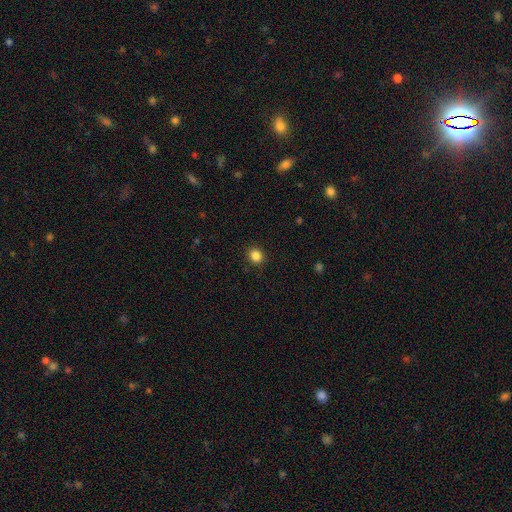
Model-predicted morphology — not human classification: Smooth or featured?
  - smooth: 85% *
  - star or artifact: 11%
  - featured or disk: 4%
How rounded?
  - round: 78% *
  - in between: 21%
  - cigar-shaped: 1%
Merging?
  - none: 91% *
  - minor disturbance: 6%
  - major disturbance: 2%
  - merger: 1%